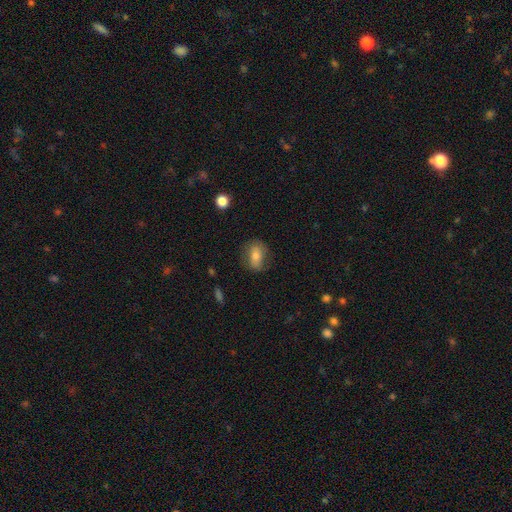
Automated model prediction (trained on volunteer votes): Smooth or featured? smooth (68%)
How rounded? in between (68%)
Merging? none (74%)